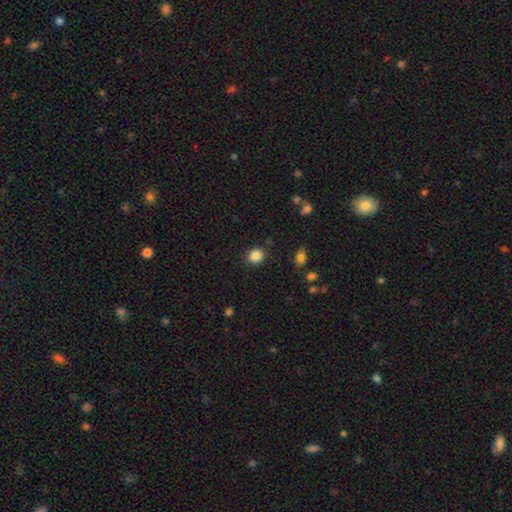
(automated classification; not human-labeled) Smooth or featured? Predicted: smooth (p=0.86). How rounded? Predicted: round (p=0.70). Merging? Predicted: none (p=0.87).